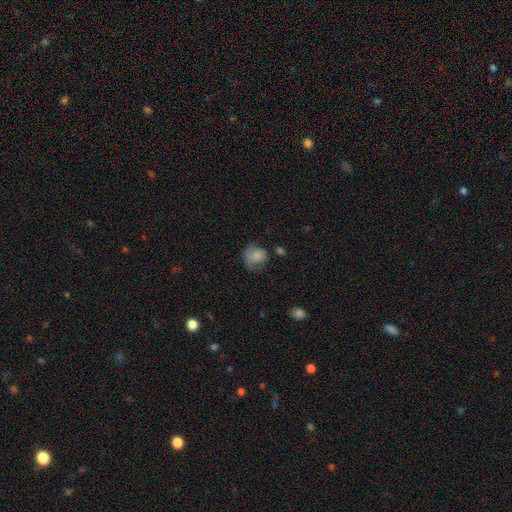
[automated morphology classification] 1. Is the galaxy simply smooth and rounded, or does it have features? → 78% smooth, 12% featured or disk, 10% star or artifact.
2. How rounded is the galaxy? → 67% round, 32% in between, 1% cigar-shaped.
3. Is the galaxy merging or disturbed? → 44% none, 34% minor disturbance, 19% major disturbance, 3% merger.